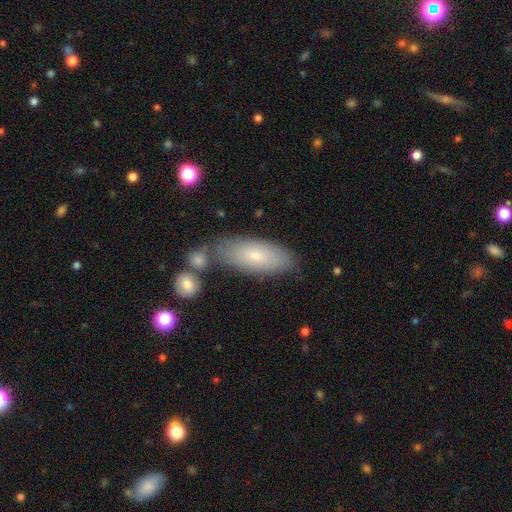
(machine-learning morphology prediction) Smooth or featured? Predicted: smooth (p=0.71). How rounded? Predicted: in between (p=0.80). Merging? Predicted: none (p=0.69).